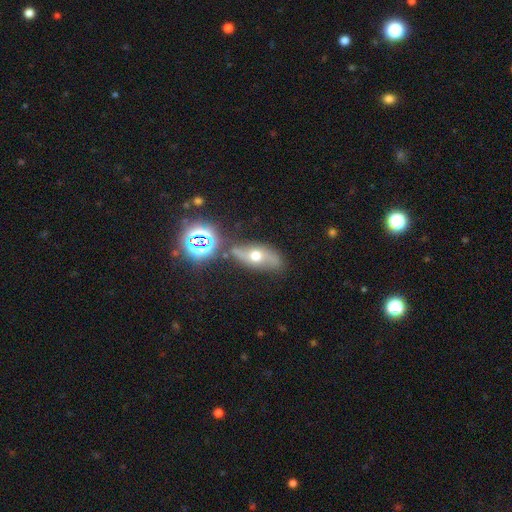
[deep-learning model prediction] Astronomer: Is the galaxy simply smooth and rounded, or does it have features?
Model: featured or disk — 51% (runner-up: smooth, 34%).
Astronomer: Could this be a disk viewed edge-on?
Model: no — 76%.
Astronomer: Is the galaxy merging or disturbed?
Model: none — 68%.